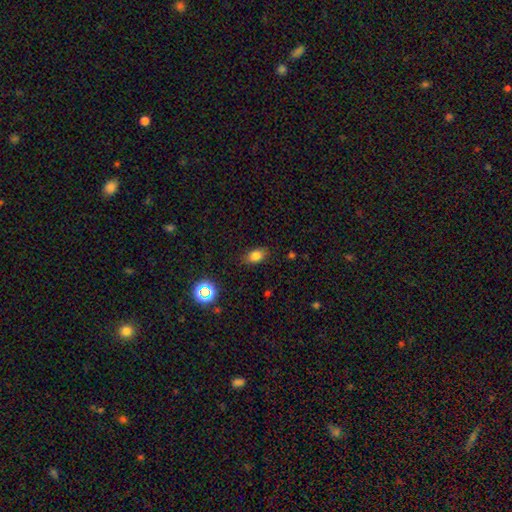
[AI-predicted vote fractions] Morphology: type=smooth (79%); roundness=in between (83%); merging=none (83%).